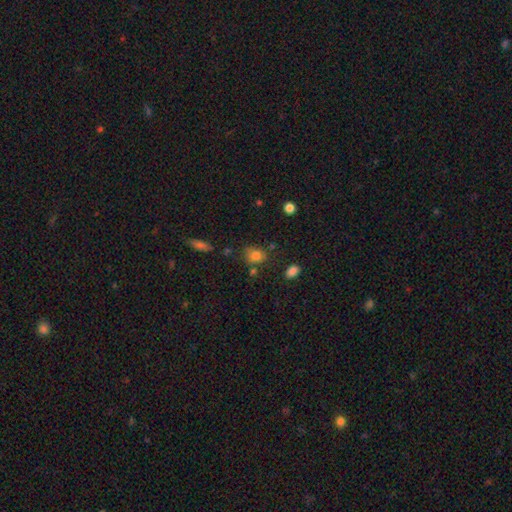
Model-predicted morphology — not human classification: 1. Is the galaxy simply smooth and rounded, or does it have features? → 81% smooth, 12% star or artifact, 7% featured or disk.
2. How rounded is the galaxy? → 50% round, 49% in between, 1% cigar-shaped.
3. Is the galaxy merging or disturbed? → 66% none, 19% minor disturbance, 9% merger, 6% major disturbance.